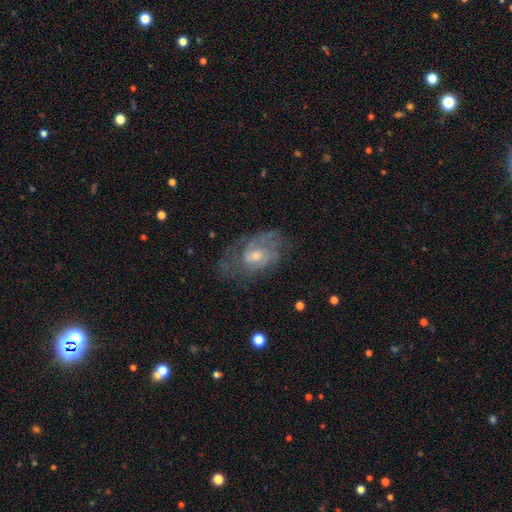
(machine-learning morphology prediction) Overall: featured or disk (66%). Edge-on disk: no (95%). Bar: no (63%; weak 32%). Spiral arms: yes (73%). Bulge size: moderate (46%; small 45%). Merging: none (53%; minor disturbance 24%).